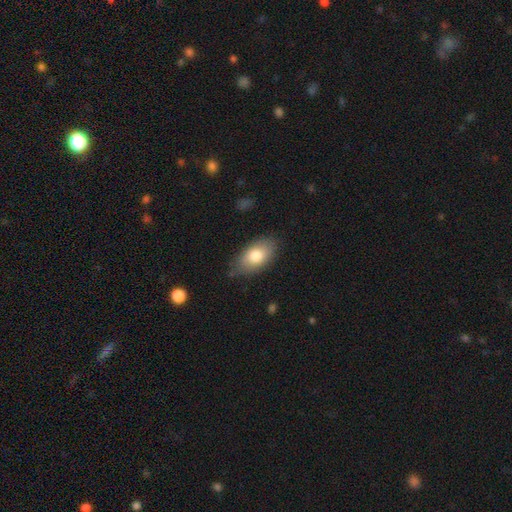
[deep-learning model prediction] smooth-or-featured: smooth: 78% | featured or disk: 15% | star or artifact: 7%
  how-rounded: in between: 91% | round: 6% | cigar-shaped: 3%
  merging: none: 77% | minor disturbance: 18% | major disturbance: 3% | merger: 2%